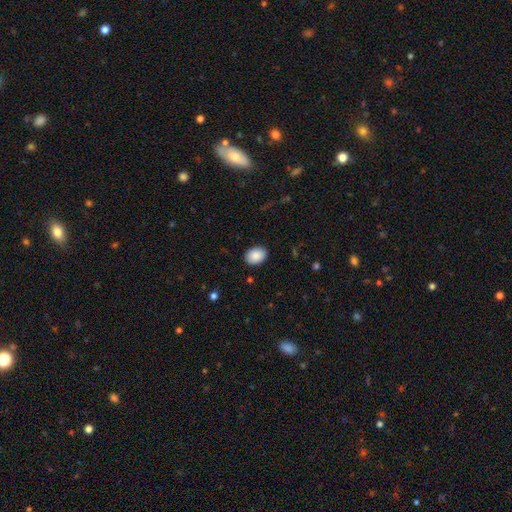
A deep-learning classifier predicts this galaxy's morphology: Smooth or featured? Predicted: smooth (p=0.89). How rounded? Predicted: in between (p=0.73). Merging? Predicted: none (p=0.89).